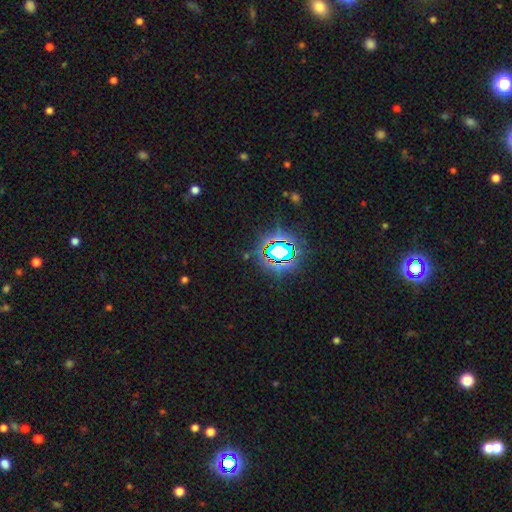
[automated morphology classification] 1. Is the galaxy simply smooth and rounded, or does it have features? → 81% star or artifact, 11% smooth, 8% featured or disk.